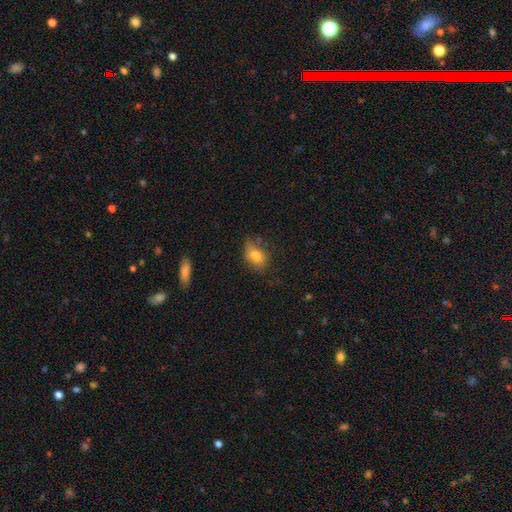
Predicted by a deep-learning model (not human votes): A smooth galaxy with no disk features (76%) that is in between round and cigar-shaped (74%).

Vote fractions:
- Smooth or featured? smooth: 76% / featured or disk: 14% / star or artifact: 10%
- How rounded? in between: 74% / round: 24% / cigar-shaped: 2%
- Merging? none: 53% / minor disturbance: 32% / major disturbance: 11% / merger: 4%